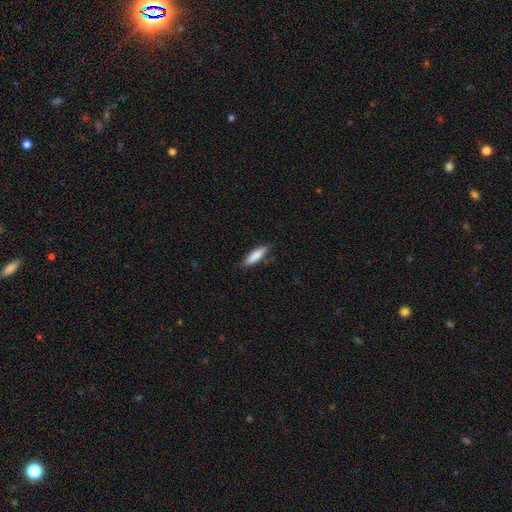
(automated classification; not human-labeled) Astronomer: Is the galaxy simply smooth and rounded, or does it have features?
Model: smooth — 85%.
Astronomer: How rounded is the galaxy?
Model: cigar-shaped — 59% (runner-up: in between, 40%).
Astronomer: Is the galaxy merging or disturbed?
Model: none — 84%.